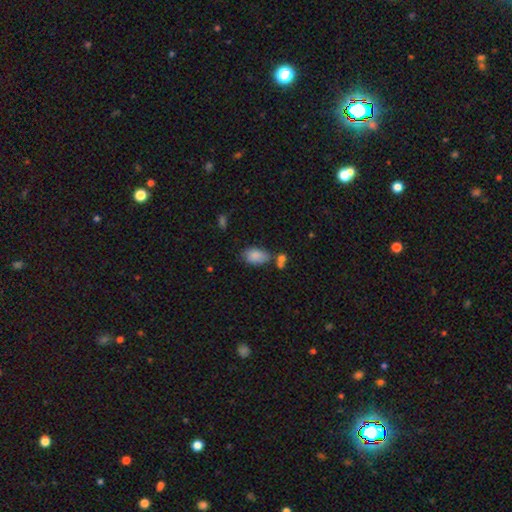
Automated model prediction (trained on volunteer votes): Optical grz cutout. It shows a smooth galaxy with no disk features (86%) that is in between round and cigar-shaped (92%). Merging: none (58%).